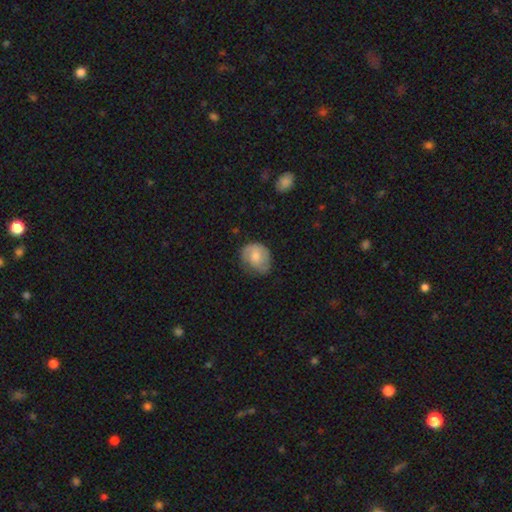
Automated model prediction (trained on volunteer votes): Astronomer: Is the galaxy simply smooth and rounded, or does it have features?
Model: smooth — 61%.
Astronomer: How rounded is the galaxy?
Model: round — 63%.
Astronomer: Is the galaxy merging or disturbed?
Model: none — 58%.